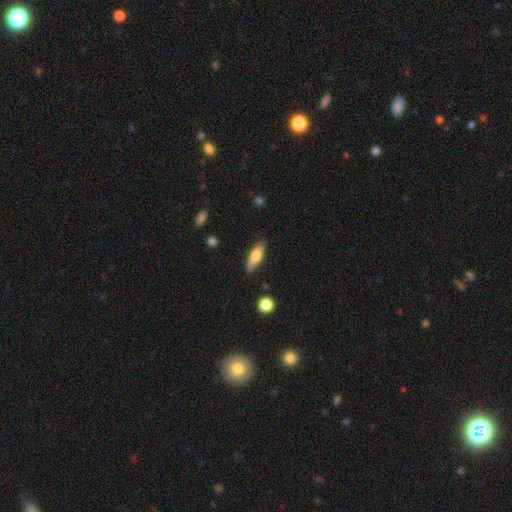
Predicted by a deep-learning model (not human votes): smooth 73%, featured or disk 21%, star or artifact 6%. Down the decision tree: how rounded — in between (53%); merging — none (77%).